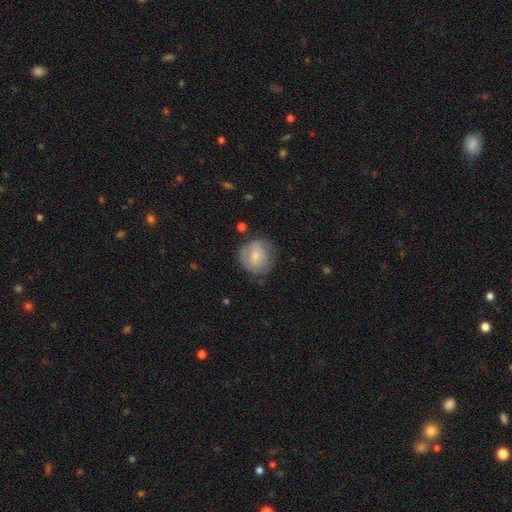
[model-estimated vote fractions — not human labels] A smooth galaxy with no disk features (65%) that is round (83%). Merging: none (62%).